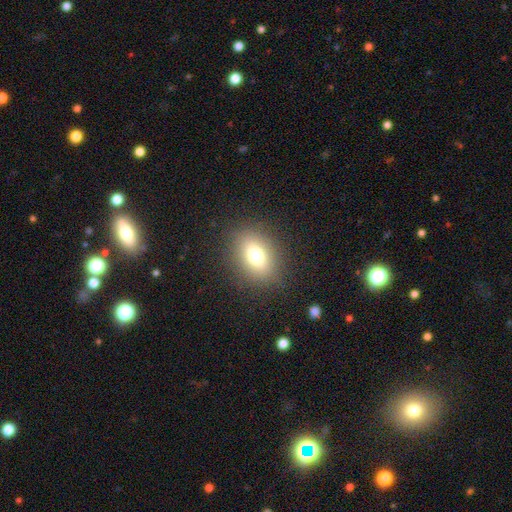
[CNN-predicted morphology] A smooth galaxy with no disk features (73%) that is in between round and cigar-shaped (66%). Merging: none (86%).